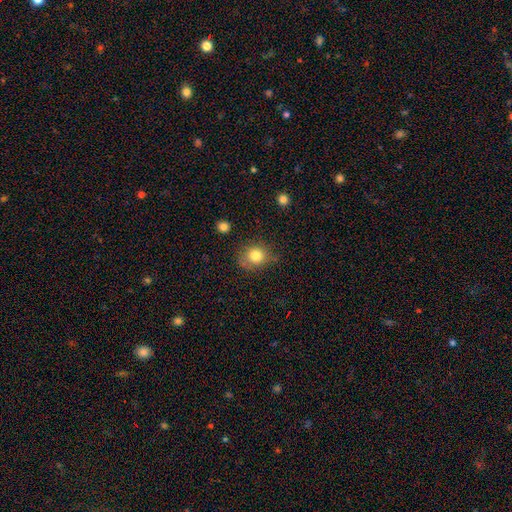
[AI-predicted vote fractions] Smooth or featured: smooth — 80% (star or artifact — 11%)
How rounded: round — 73% (in between — 26%)
Merging: none — 70% (minor disturbance — 21%)